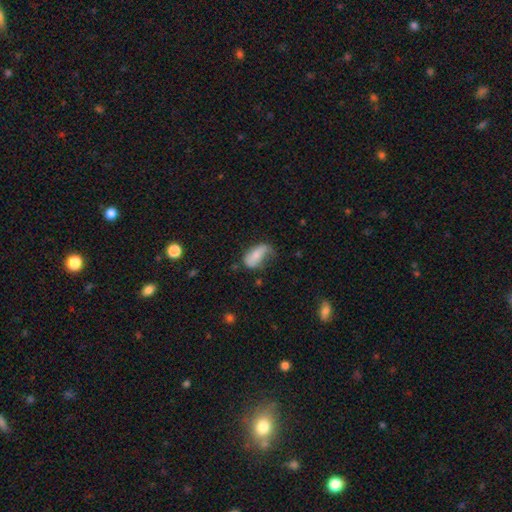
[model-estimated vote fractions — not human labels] The model was most divided on "merging": minor disturbance: 39%, none: 32%, major disturbance: 26%, merger: 4%. More confident: how rounded — in between (89%); smooth or featured — smooth (68%).